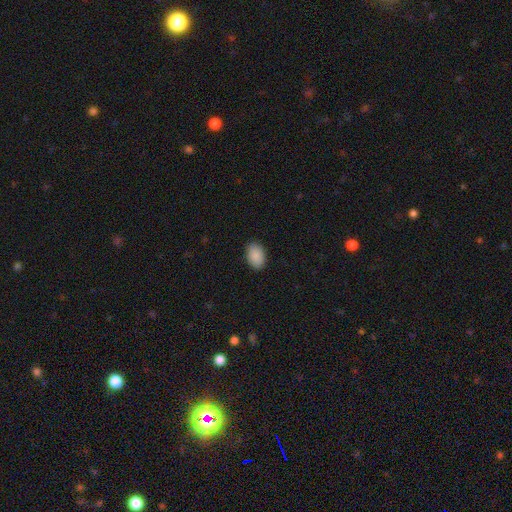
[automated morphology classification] Smooth or featured: smooth — 90% (star or artifact — 7%)
How rounded: in between — 89% (round — 10%)
Merging: none — 88% (minor disturbance — 9%)